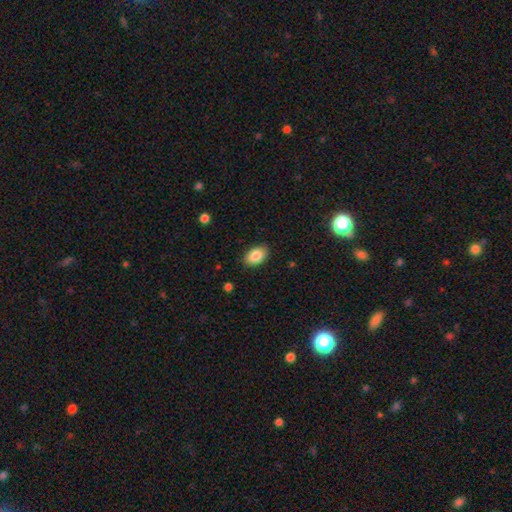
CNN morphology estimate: type=smooth (86%); roundness=in between (90%); merging=none (88%).